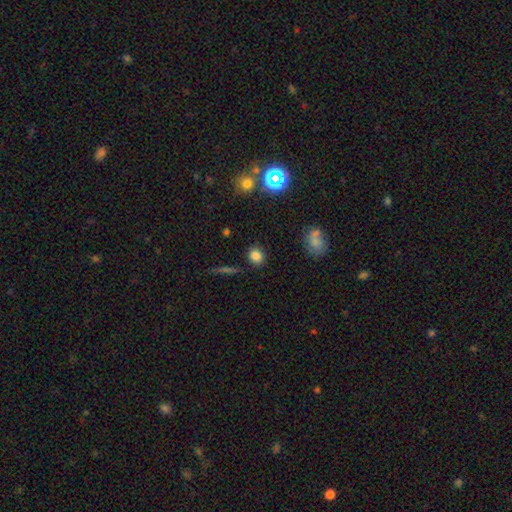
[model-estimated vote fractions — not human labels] Smooth or featured? smooth (81%)
How rounded? round (71%)
Merging? none (85%)